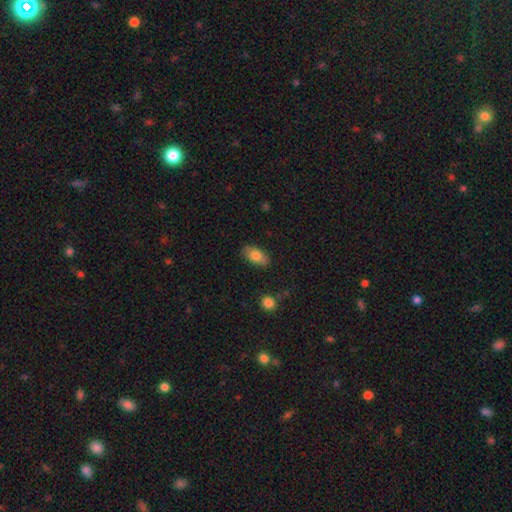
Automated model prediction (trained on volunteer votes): smooth_or_featured: smooth (p=0.80) [alt: featured or disk p=0.13]
how_rounded: in between (p=0.91) [alt: cigar-shaped p=0.04]
merging: none (p=0.85) [alt: minor disturbance p=0.11]